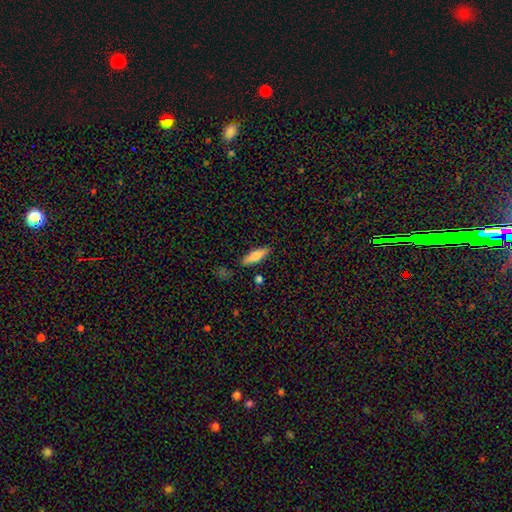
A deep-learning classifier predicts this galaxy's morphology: Smooth or featured?
  - smooth: 66% *
  - featured or disk: 28%
  - star or artifact: 6%
How rounded?
  - cigar-shaped: 52% *
  - in between: 46%
  - round: 2%
Merging?
  - none: 85% *
  - minor disturbance: 10%
  - merger: 3%
  - major disturbance: 2%